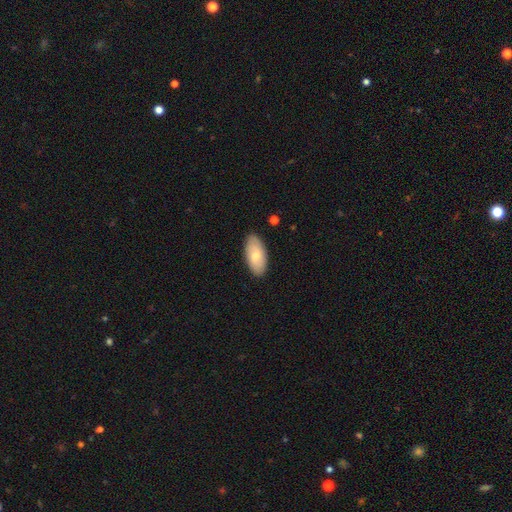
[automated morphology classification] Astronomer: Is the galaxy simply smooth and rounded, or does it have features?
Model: smooth — 73%.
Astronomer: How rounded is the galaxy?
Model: in between — 93%.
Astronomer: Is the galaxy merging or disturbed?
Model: none — 87%.